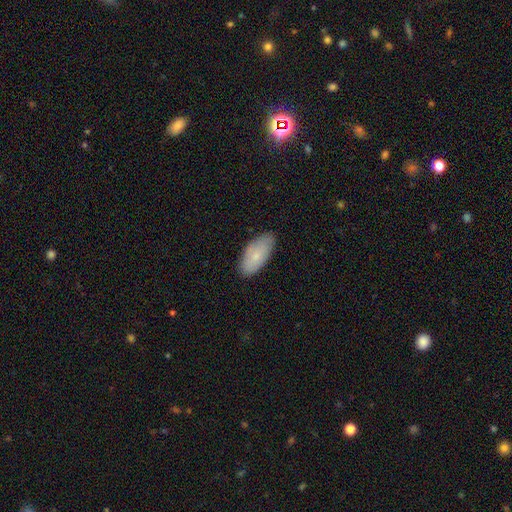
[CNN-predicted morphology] A smooth galaxy with no disk features (74%) that is in between round and cigar-shaped (91%).

Vote fractions:
- Smooth or featured? smooth: 74% / featured or disk: 19% / star or artifact: 6%
- How rounded? in between: 91% / cigar-shaped: 7% / round: 2%
- Merging? none: 82% / minor disturbance: 15% / major disturbance: 2% / merger: 1%